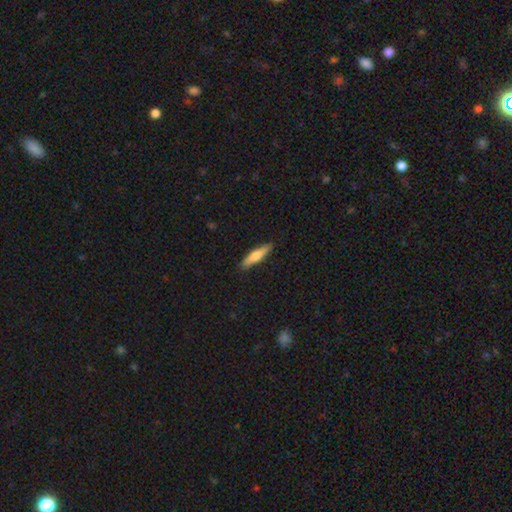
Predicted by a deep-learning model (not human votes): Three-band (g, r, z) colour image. It shows a smooth galaxy with no disk features (62%) that is cigar-shaped (81%). Merging: none (89%).